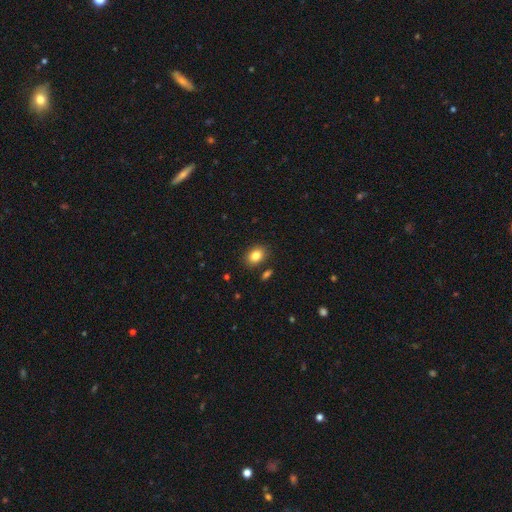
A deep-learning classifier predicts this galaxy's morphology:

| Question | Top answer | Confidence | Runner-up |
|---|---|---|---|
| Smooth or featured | smooth | 84% | star or artifact (9%) |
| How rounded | in between | 67% | round (32%) |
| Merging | none | 84% | minor disturbance (10%) |